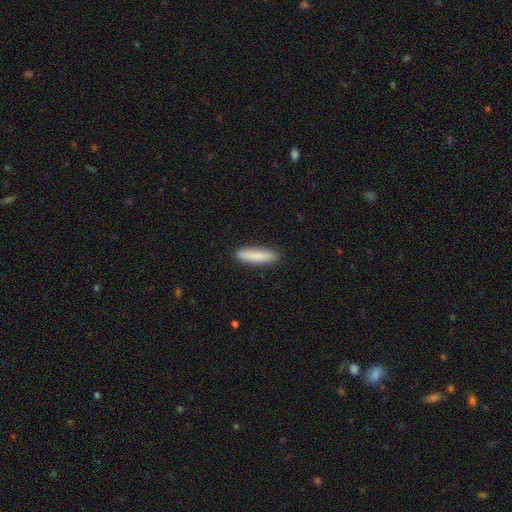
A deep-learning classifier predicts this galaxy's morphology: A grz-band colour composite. It shows a smooth galaxy with no disk features (86%) that is cigar-shaped (82%). Merging: none (89%).